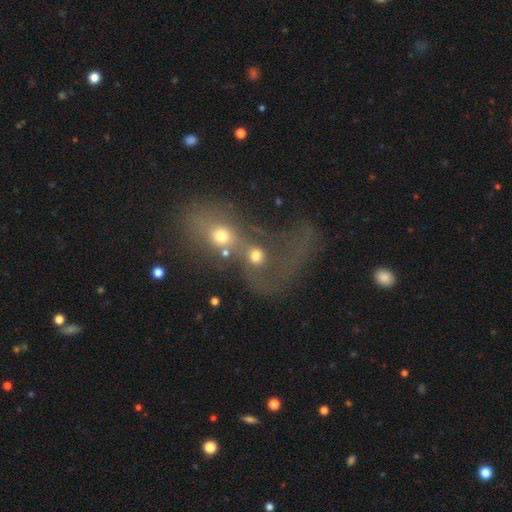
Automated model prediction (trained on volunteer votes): Q: Smooth or featured?
A: smooth (55%); runner-up: featured or disk (27%)
Q: How rounded?
A: round (66%); runner-up: in between (31%)
Q: Merging?
A: merger (72%); runner-up: none (13%)